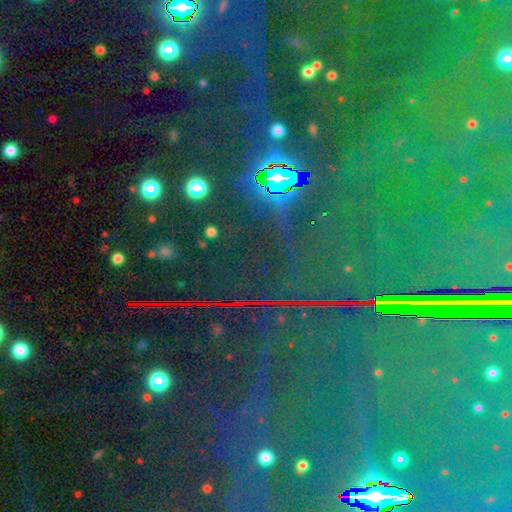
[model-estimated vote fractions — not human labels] star or artifact 85%, featured or disk 7%, smooth 7%.